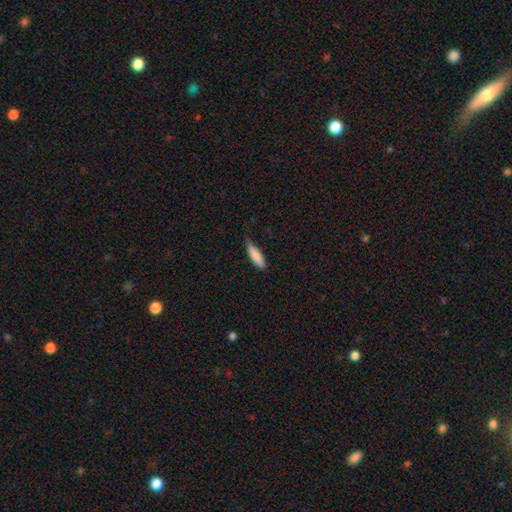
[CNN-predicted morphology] smooth 85%, featured or disk 9%, star or artifact 6%. Down the decision tree: how rounded — cigar-shaped (62%); merging — none (65%).